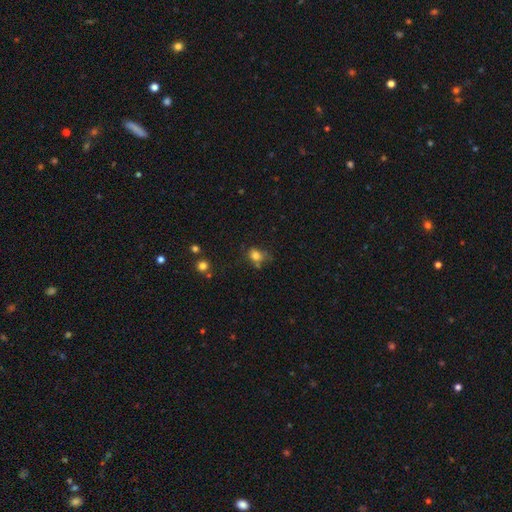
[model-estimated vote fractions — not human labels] This is likely a smooth galaxy (78%). How rounded: possibly in between (50%). Merging: possibly none (49%).